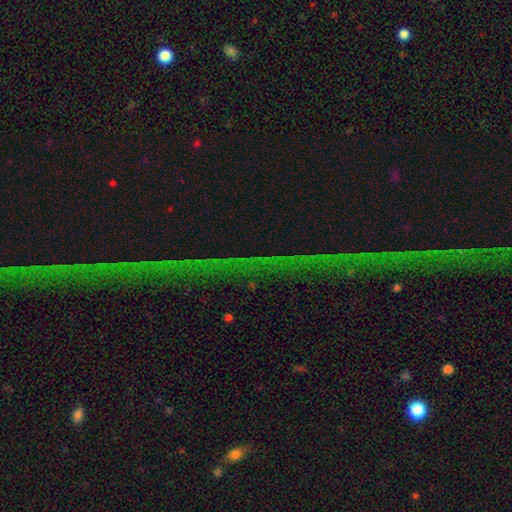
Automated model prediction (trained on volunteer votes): This is likely a star or artifact rather than a galaxy (76%).